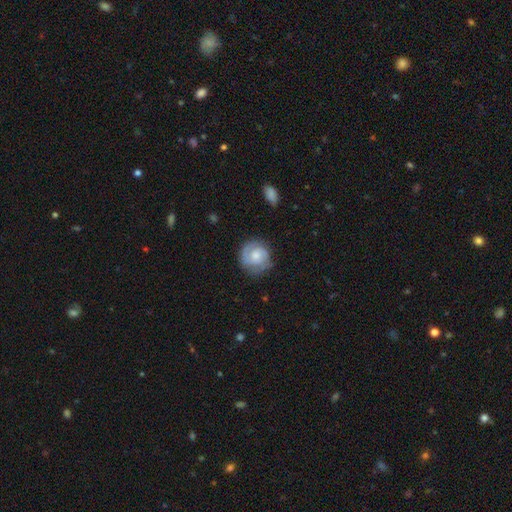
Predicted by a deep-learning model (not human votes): featured or disk 70%, smooth 24%, star or artifact 6%. Down the decision tree: edge-on disk — no (98%); bar — no (67%); spiral arms — yes (93%); spiral arm count — 2 (71%); spiral winding — tight (57%); bulge size — moderate (43%); merging — none (75%).